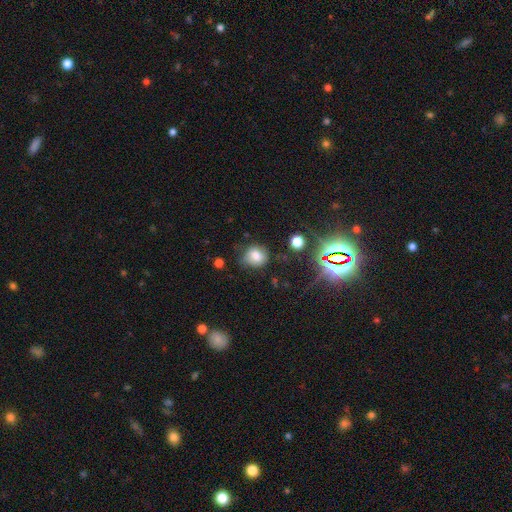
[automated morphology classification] Smooth or featured: smooth — 75% (star or artifact — 14%)
How rounded: round — 70% (in between — 29%)
Merging: none — 62% (minor disturbance — 27%)